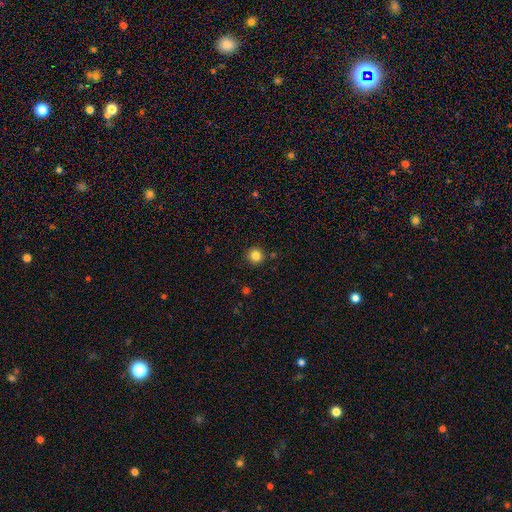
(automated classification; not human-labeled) smooth_or_featured: smooth (p=0.83) [alt: star or artifact p=0.12]
how_rounded: round (p=0.95) [alt: in between p=0.05]
merging: none (p=0.90) [alt: minor disturbance p=0.06]